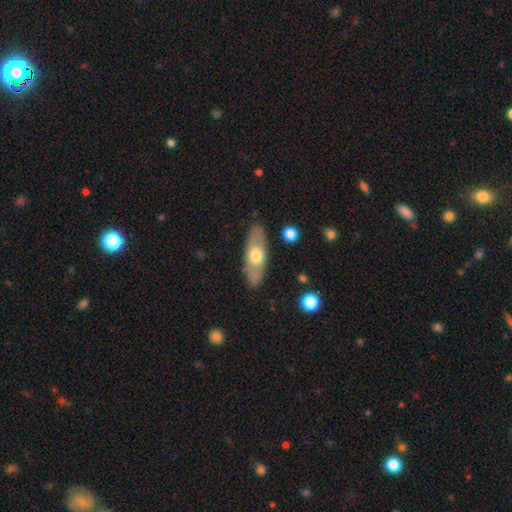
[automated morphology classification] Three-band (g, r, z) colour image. It shows a smooth galaxy with no disk features (51%) that is in between round and cigar-shaped (63%). Merging: none (84%).